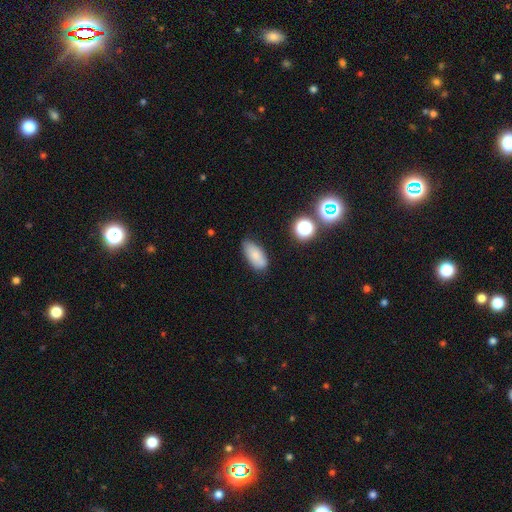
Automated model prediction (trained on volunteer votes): smooth 82%, featured or disk 9%, star or artifact 9%. Down the decision tree: how rounded — in between (88%); merging — none (76%).